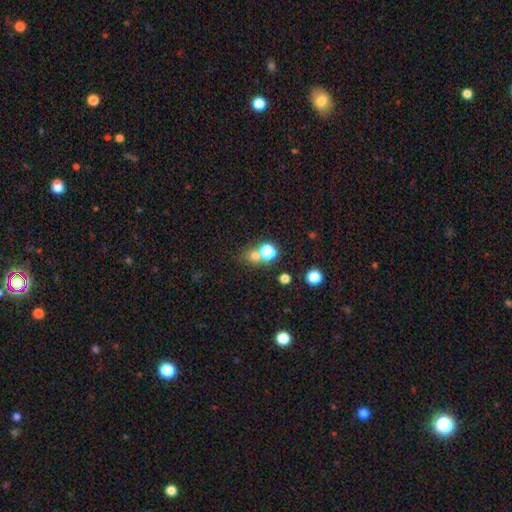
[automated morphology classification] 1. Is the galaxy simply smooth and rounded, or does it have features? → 66% smooth, 24% star or artifact, 9% featured or disk.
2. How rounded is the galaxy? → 85% round, 14% in between, 1% cigar-shaped.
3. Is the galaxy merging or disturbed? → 56% none, 34% merger, 7% minor disturbance, 4% major disturbance.